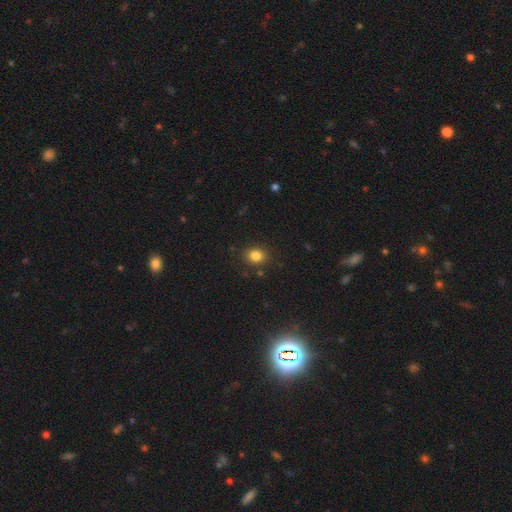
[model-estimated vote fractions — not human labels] smooth-or-featured: smooth: 82% | star or artifact: 12% | featured or disk: 5%
  how-rounded: round: 66% | in between: 33% | cigar-shaped: 1%
  merging: none: 86% | minor disturbance: 9% | major disturbance: 3% | merger: 2%